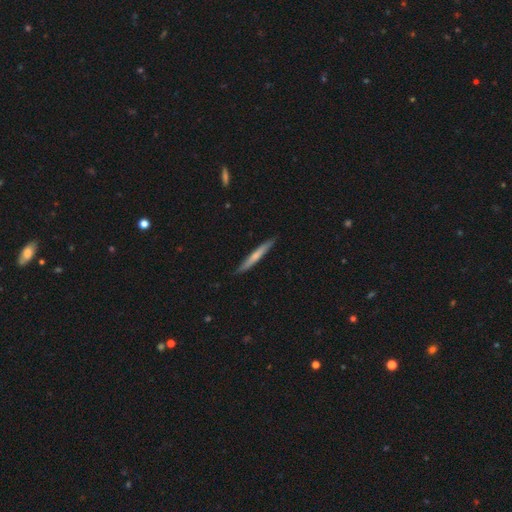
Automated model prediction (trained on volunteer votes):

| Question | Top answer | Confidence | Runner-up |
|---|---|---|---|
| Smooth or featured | smooth | 56% | featured or disk (38%) |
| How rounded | cigar-shaped | 95% | in between (3%) |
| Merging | none | 87% | minor disturbance (10%) |